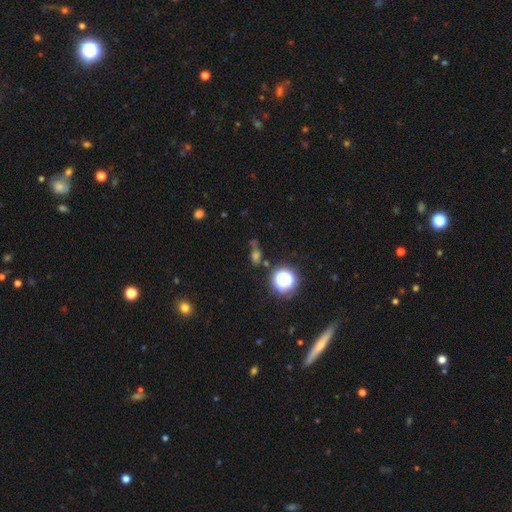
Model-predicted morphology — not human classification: A star or artifact, not a galaxy (46%).

Vote fractions:
- Smooth or featured? star or artifact: 46% / smooth: 42% / featured or disk: 13%